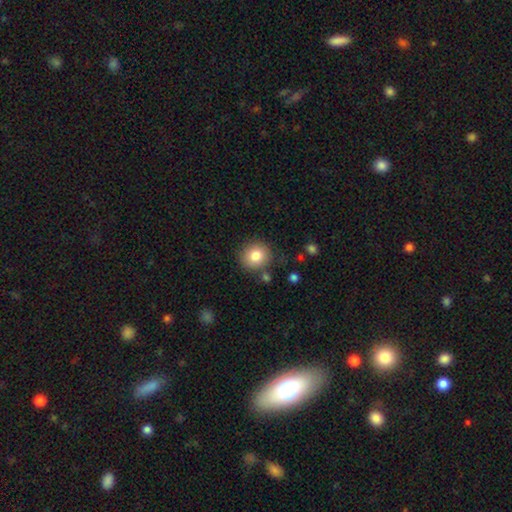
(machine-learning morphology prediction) A smooth galaxy with no disk features (83%) that is round (86%). Merging: none (84%).